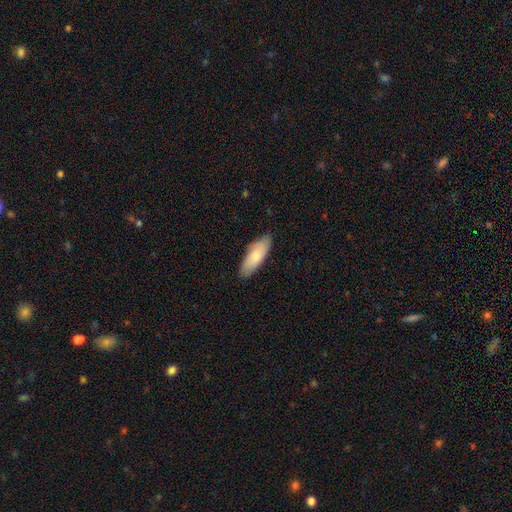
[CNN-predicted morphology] A smooth galaxy with no disk features (80%) that is in between round and cigar-shaped (68%). Merging: none (85%).